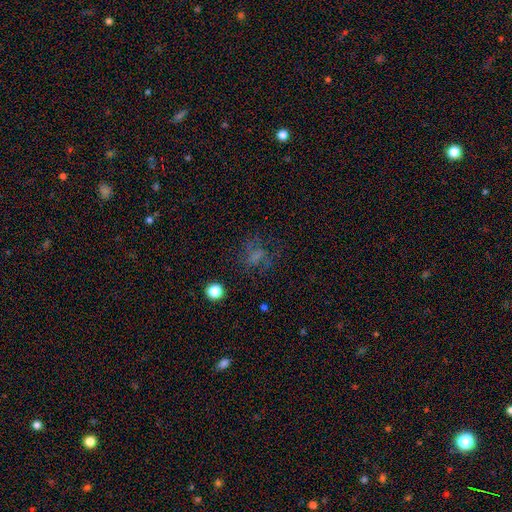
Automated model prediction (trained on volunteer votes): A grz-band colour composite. It shows a smooth galaxy with no disk features (45%). Merging: none (57%).